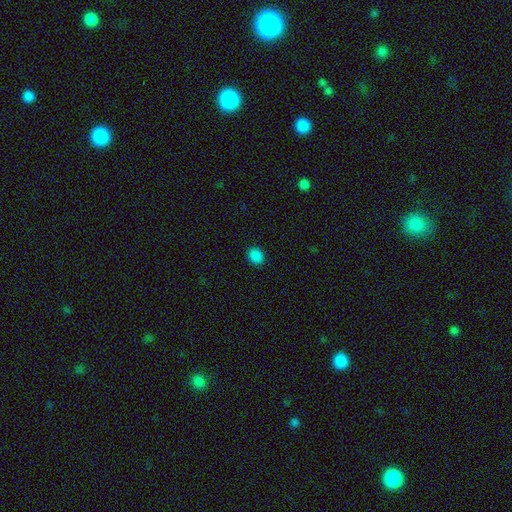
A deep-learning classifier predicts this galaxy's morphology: This appears to be a smooth galaxy with no disk features (85%) that is round (58%). Merging: none (90%).